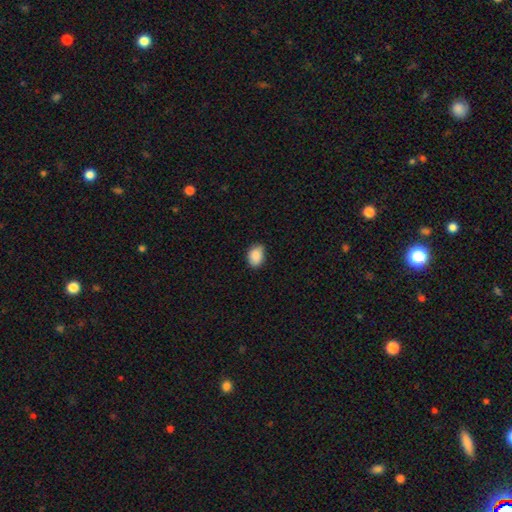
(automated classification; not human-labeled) A smooth galaxy with no disk features (89%) that is in between round and cigar-shaped (77%).

Vote fractions:
- Smooth or featured? smooth: 89% / star or artifact: 7% / featured or disk: 4%
- How rounded? in between: 77% / round: 22% / cigar-shaped: 1%
- Merging? none: 78% / minor disturbance: 19% / major disturbance: 3% / merger: 1%